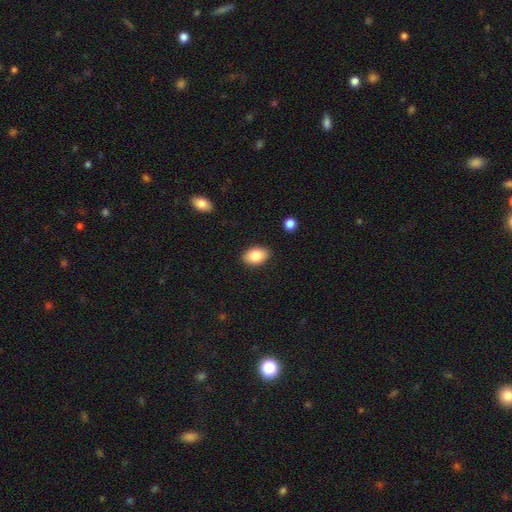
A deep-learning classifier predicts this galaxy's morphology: smooth_or_featured: smooth (p=0.84) [alt: featured or disk p=0.09]
how_rounded: in between (p=0.88) [alt: round p=0.11]
merging: none (p=0.87) [alt: minor disturbance p=0.09]